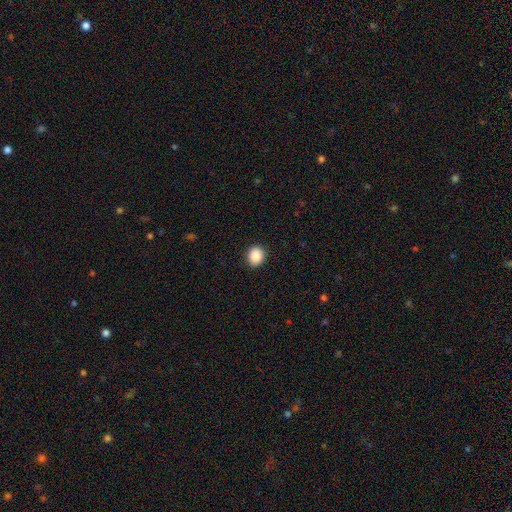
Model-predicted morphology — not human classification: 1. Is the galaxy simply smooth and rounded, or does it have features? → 89% smooth, 8% star or artifact, 3% featured or disk.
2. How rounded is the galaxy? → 74% round, 25% in between, 1% cigar-shaped.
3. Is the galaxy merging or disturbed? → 90% none, 7% minor disturbance, 2% major disturbance, 1% merger.